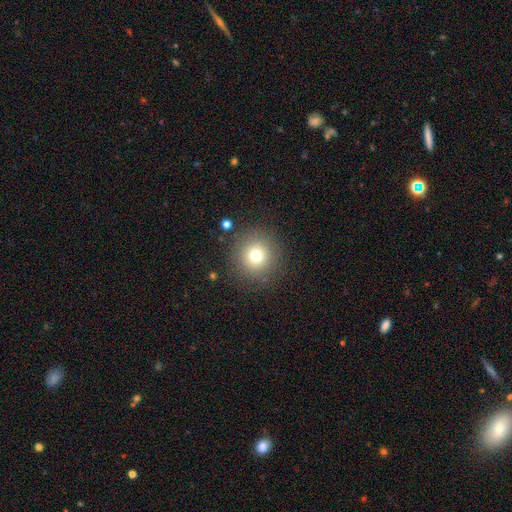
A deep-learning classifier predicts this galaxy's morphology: Smooth or featured: smooth — 74% (star or artifact — 15%)
How rounded: round — 95% (in between — 4%)
Merging: none — 87% (minor disturbance — 7%)